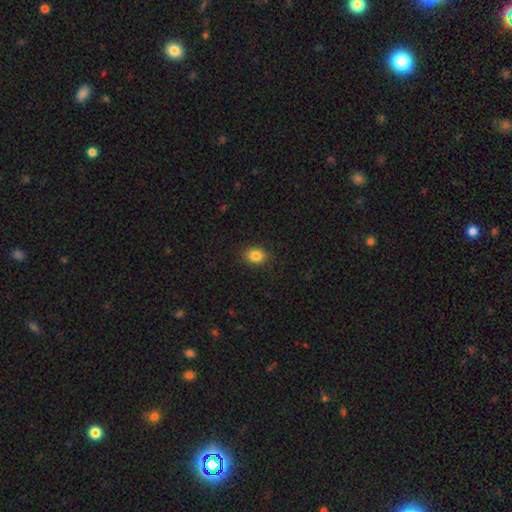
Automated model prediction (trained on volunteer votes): Smooth or featured?
  - smooth: 84% *
  - star or artifact: 10%
  - featured or disk: 5%
How rounded?
  - in between: 56% *
  - round: 43%
  - cigar-shaped: 1%
Merging?
  - none: 87% *
  - minor disturbance: 10%
  - major disturbance: 3%
  - merger: 1%